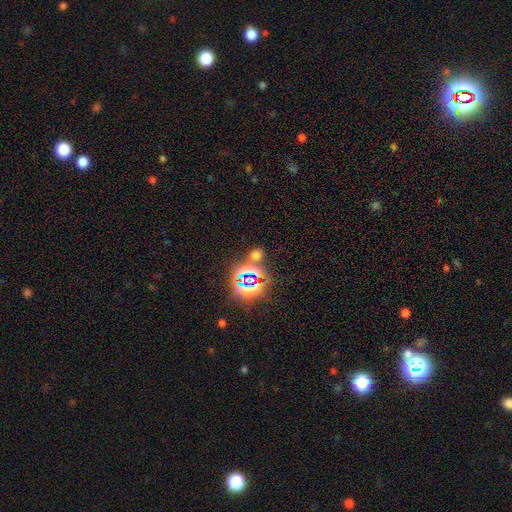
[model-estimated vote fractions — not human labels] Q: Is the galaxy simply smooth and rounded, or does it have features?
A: star or artifact — 51%.